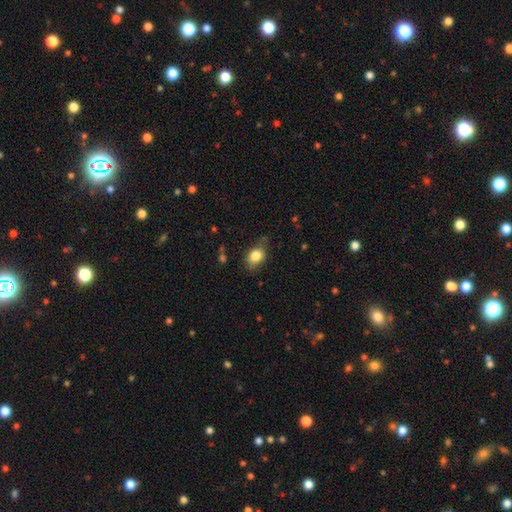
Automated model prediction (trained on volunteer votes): Smooth or featured: smooth — 83% (featured or disk — 9%)
How rounded: in between — 71% (round — 27%)
Merging: none — 70% (minor disturbance — 23%)